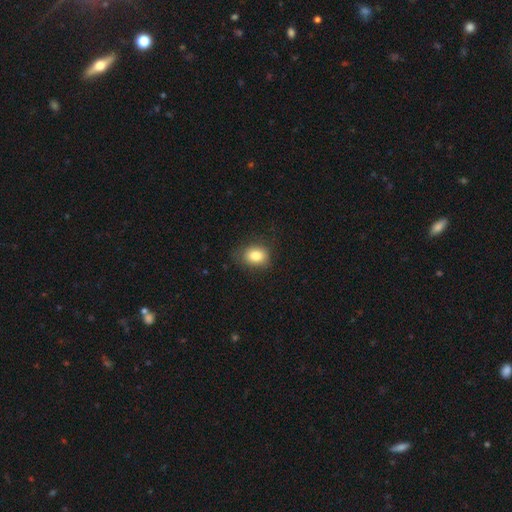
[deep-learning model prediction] Q: Smooth or featured?
A: smooth (81%); runner-up: star or artifact (10%)
Q: How rounded?
A: in between (60%); runner-up: round (39%)
Q: Merging?
A: none (74%); runner-up: minor disturbance (19%)